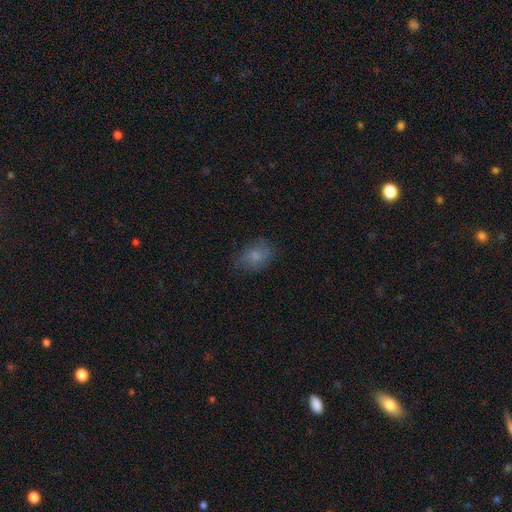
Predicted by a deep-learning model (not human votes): The model was most divided on "how rounded": in between: 73%, round: 25%, cigar-shaped: 1%. More confident: smooth or featured — smooth (75%); merging — none (70%).